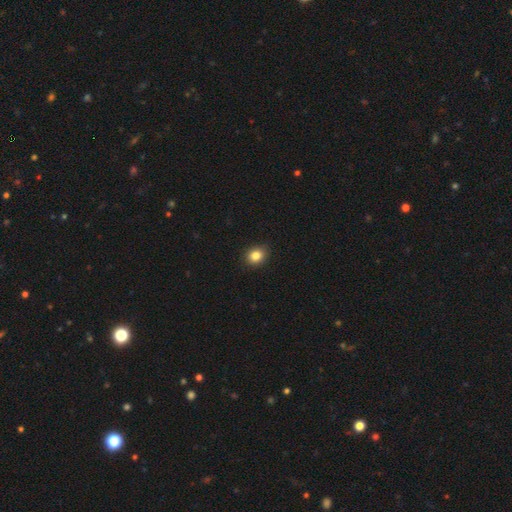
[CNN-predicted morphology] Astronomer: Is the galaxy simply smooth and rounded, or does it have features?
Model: smooth — 85%.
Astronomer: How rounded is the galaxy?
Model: round — 59% (runner-up: in between, 40%).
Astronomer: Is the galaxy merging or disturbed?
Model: none — 87%.